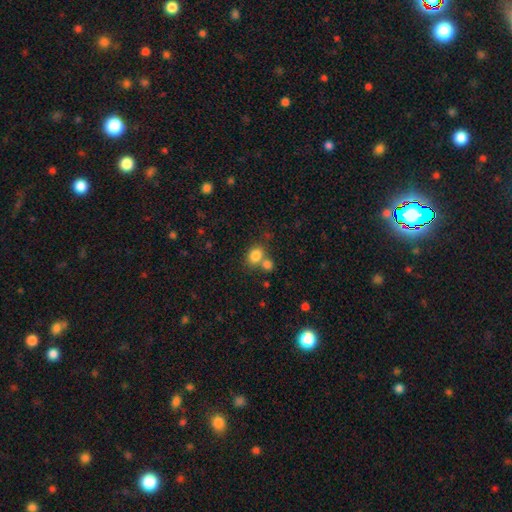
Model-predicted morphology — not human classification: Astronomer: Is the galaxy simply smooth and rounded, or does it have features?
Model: smooth — 82%.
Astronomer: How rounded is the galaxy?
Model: in between — 53% (runner-up: round, 46%).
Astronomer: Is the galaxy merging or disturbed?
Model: none — 51% (runner-up: merger, 34%).